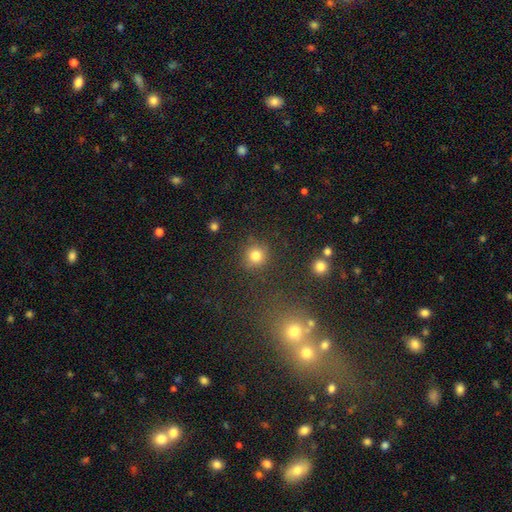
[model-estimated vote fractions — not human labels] Smooth or featured: smooth — 81% (star or artifact — 14%)
How rounded: round — 92% (in between — 7%)
Merging: none — 84% (minor disturbance — 8%)